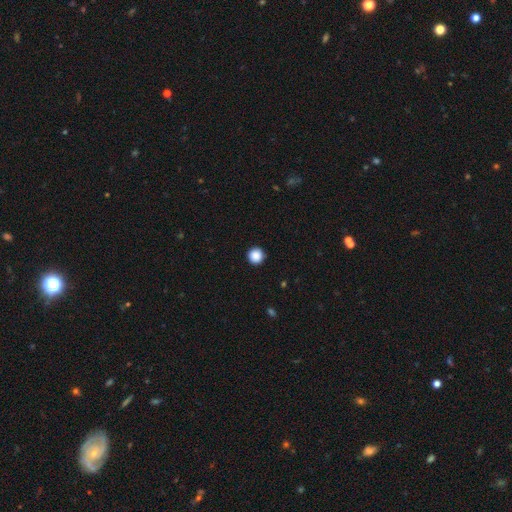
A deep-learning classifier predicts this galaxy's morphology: smooth_or_featured: smooth (p=0.88) [alt: star or artifact p=0.09]
how_rounded: round (p=0.96) [alt: in between p=0.03]
merging: none (p=0.92) [alt: minor disturbance p=0.05]